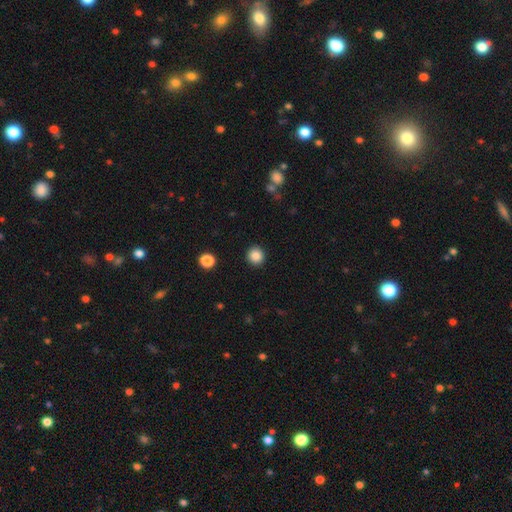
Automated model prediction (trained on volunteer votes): Smooth or featured? smooth (86%)
How rounded? round (92%)
Merging? none (92%)